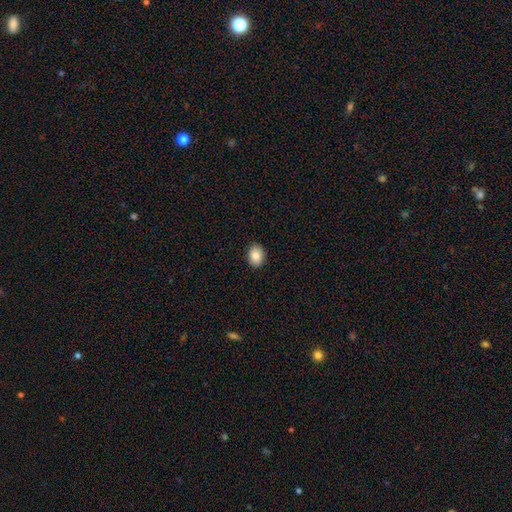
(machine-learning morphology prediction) This is clearly a smooth galaxy (86%). How rounded: likely in between (65%). Merging: clearly none (90%).